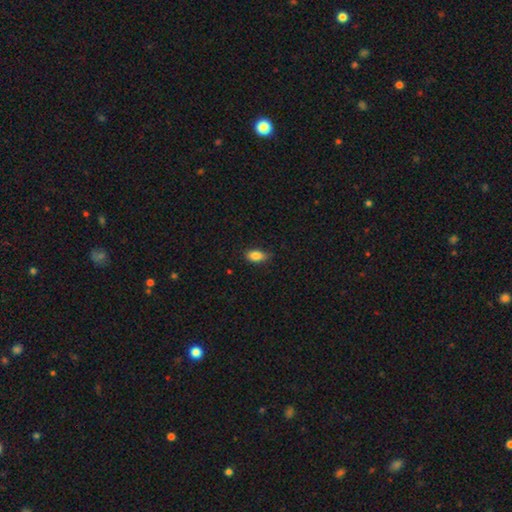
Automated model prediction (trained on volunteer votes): smooth_or_featured: smooth (p=0.86) [alt: star or artifact p=0.08]
how_rounded: in between (p=0.88) [alt: round p=0.06]
merging: none (p=0.74) [alt: minor disturbance p=0.21]